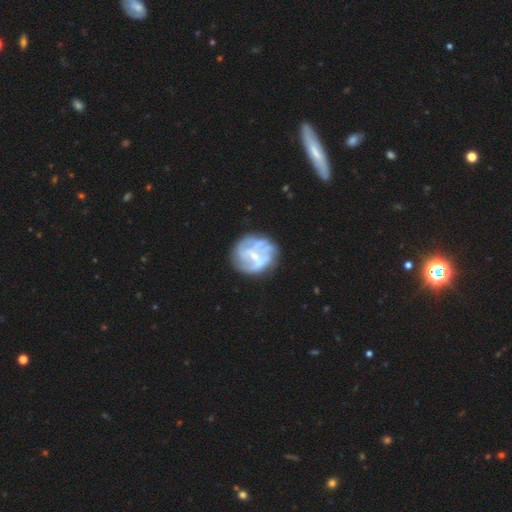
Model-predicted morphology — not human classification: Q: Smooth or featured?
A: featured or disk (70%); runner-up: smooth (22%)
Q: Edge-on disk?
A: no (98%); runner-up: yes (2%)
Q: Bar?
A: no (50%); runner-up: weak (37%)
Q: Spiral arms?
A: yes (54%); runner-up: no (46%)
Q: Bulge size?
A: small (63%); runner-up: moderate (24%)
Q: Merging?
A: none (62%); runner-up: minor disturbance (19%)